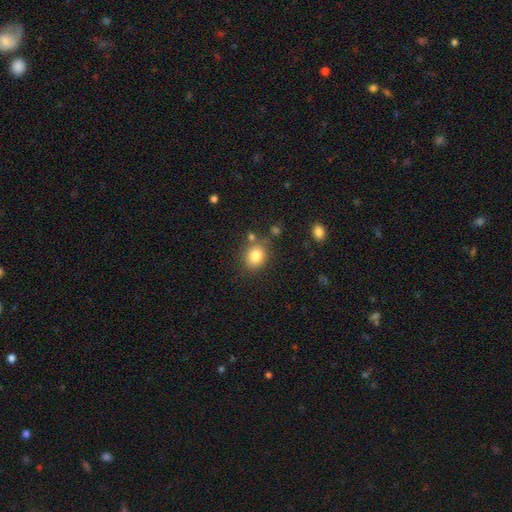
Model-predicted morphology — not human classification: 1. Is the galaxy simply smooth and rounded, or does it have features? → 82% smooth, 10% star or artifact, 8% featured or disk.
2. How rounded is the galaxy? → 62% round, 37% in between, 1% cigar-shaped.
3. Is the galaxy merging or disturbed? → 74% none, 13% minor disturbance, 8% merger, 4% major disturbance.